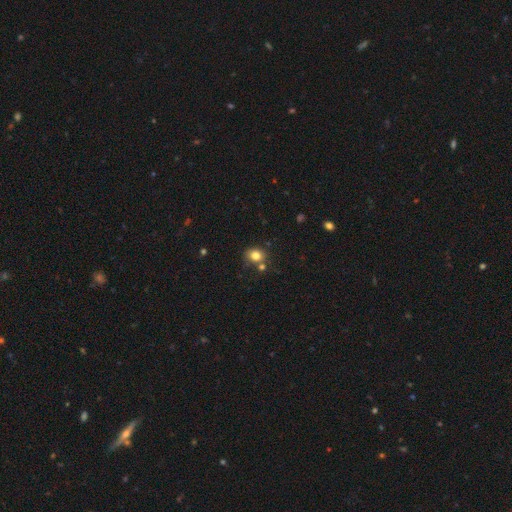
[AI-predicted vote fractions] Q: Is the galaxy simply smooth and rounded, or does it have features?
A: smooth — 80%.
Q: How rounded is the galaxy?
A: round — 59%.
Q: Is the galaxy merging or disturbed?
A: none — 65%.